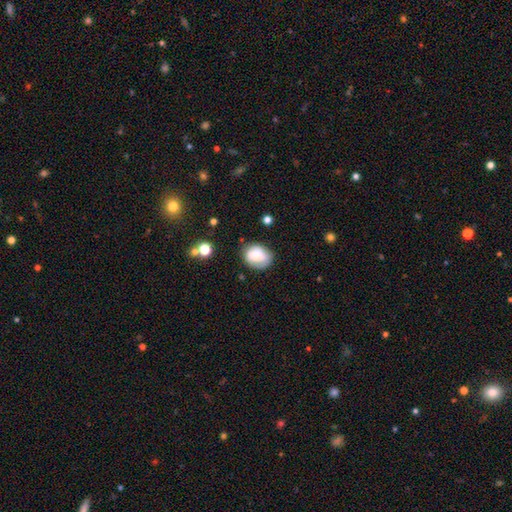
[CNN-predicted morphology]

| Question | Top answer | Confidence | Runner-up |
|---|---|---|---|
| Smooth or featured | smooth | 57% | featured or disk (34%) |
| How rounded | round | 61% | in between (38%) |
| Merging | none | 62% | minor disturbance (26%) |